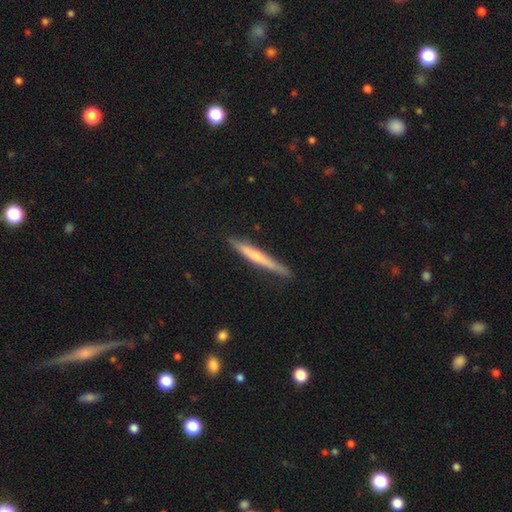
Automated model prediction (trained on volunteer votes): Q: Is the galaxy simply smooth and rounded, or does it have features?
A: featured or disk — 59%.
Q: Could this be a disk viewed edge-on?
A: yes — 95%.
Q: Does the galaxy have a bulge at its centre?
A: rounded — 62%.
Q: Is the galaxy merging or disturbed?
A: none — 84%.